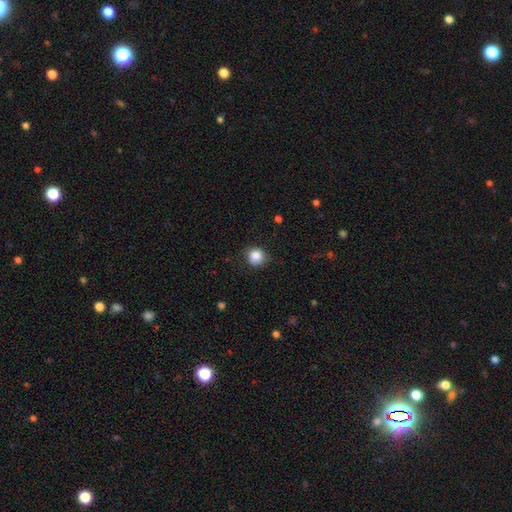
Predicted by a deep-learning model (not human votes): smooth 85%, star or artifact 10%, featured or disk 5%. Down the decision tree: how rounded — round (89%); merging — none (80%).